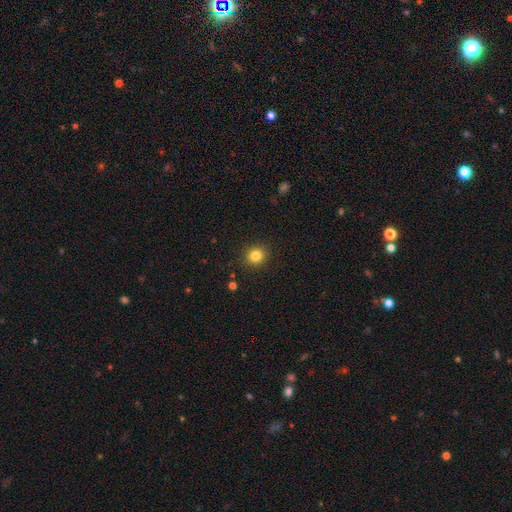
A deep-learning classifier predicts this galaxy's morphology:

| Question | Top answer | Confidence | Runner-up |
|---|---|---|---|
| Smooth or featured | smooth | 83% | star or artifact (12%) |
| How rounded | round | 88% | in between (11%) |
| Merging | none | 90% | minor disturbance (6%) |